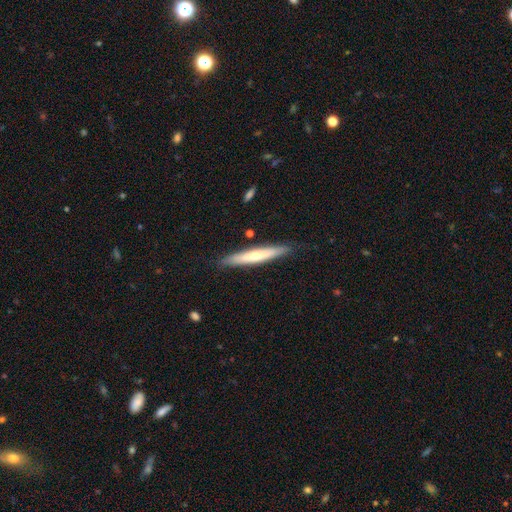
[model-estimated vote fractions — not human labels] Smooth or featured?
  - smooth: 51% *
  - featured or disk: 44%
  - star or artifact: 6%
How rounded?
  - cigar-shaped: 91% *
  - in between: 8%
  - round: 1%
Merging?
  - none: 86% *
  - minor disturbance: 11%
  - major disturbance: 2%
  - merger: 2%